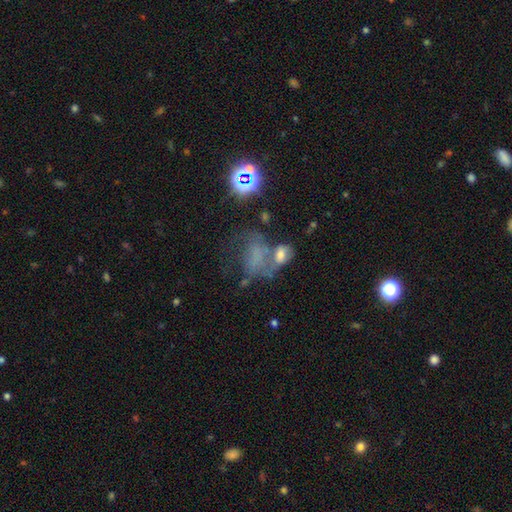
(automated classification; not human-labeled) smooth_or_featured: smooth (p=0.36) [alt: featured or disk p=0.34]
merging: merger (p=0.33) [alt: major disturbance p=0.26]